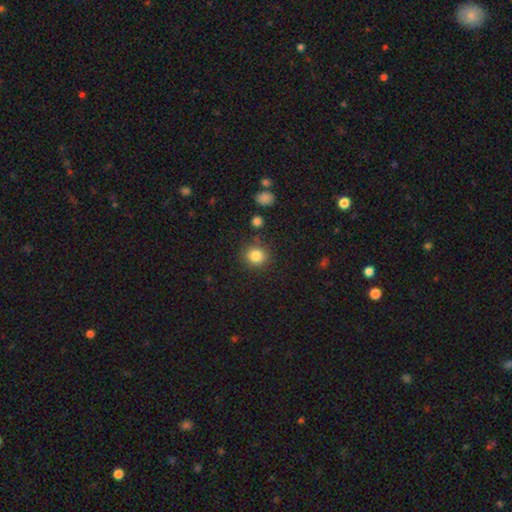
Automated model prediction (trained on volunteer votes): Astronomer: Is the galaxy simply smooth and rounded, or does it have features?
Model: smooth — 84%.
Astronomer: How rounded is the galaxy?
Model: round — 85%.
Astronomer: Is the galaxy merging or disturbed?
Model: none — 84%.